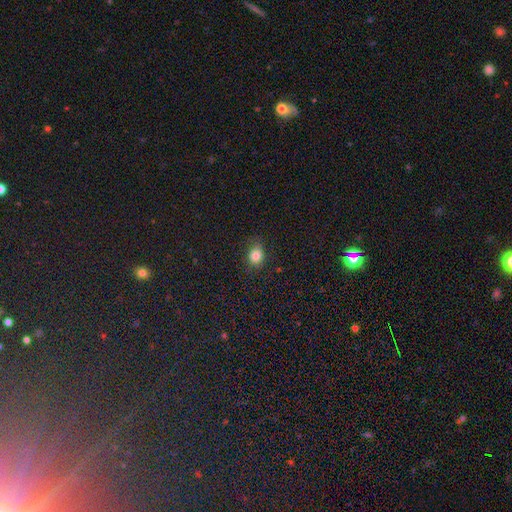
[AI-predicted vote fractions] This is clearly a smooth galaxy (82%). How rounded: possibly round (50%). Merging: likely none (79%).